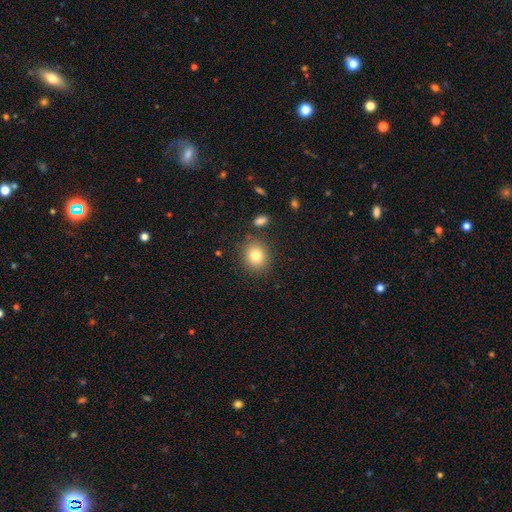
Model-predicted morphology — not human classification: Smooth or featured: smooth — 81% (star or artifact — 11%)
How rounded: round — 77% (in between — 22%)
Merging: none — 85% (minor disturbance — 9%)